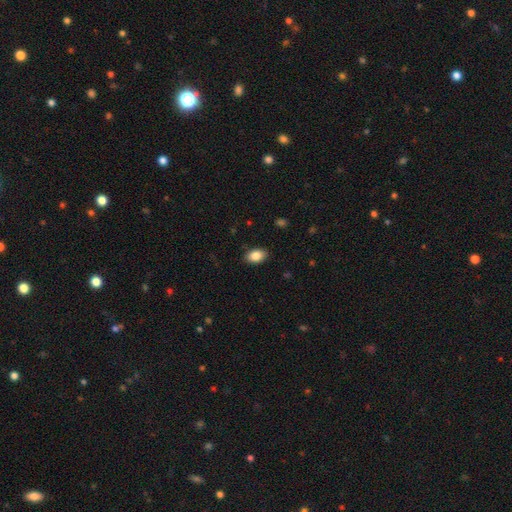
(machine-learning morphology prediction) type=smooth (87%); roundness=in between (86%); merging=none (87%).